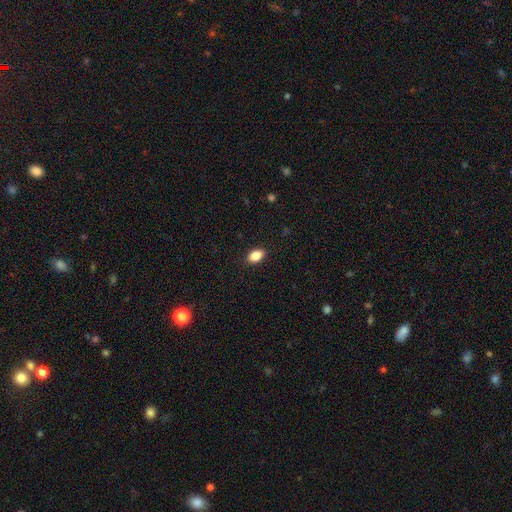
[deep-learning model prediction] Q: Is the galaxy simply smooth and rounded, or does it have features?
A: smooth — 87%.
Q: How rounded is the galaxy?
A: in between — 90%.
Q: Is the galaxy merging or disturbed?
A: none — 89%.